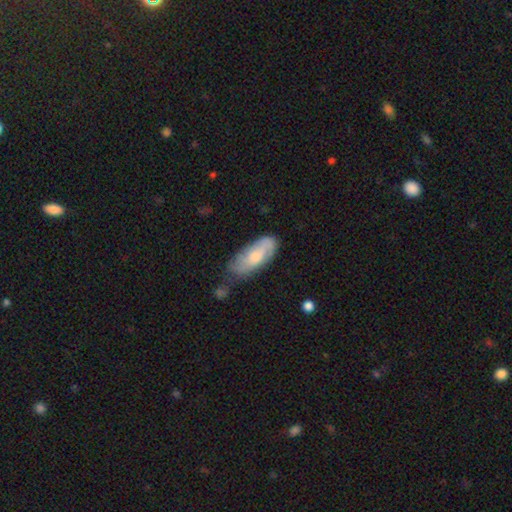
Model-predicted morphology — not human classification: Smooth or featured?
  - smooth: 56% *
  - featured or disk: 38%
  - star or artifact: 6%
How rounded?
  - in between: 76% *
  - cigar-shaped: 22%
  - round: 2%
Merging?
  - none: 53% *
  - minor disturbance: 32%
  - major disturbance: 8%
  - merger: 6%